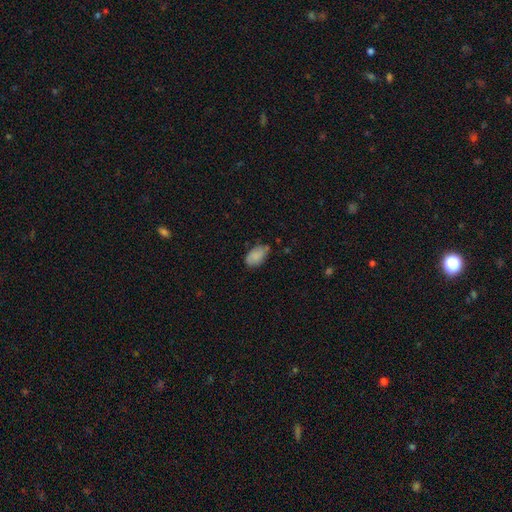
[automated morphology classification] Smooth or featured? Predicted: smooth (p=0.80). How rounded? Predicted: in between (p=0.93). Merging? Predicted: none (p=0.62).